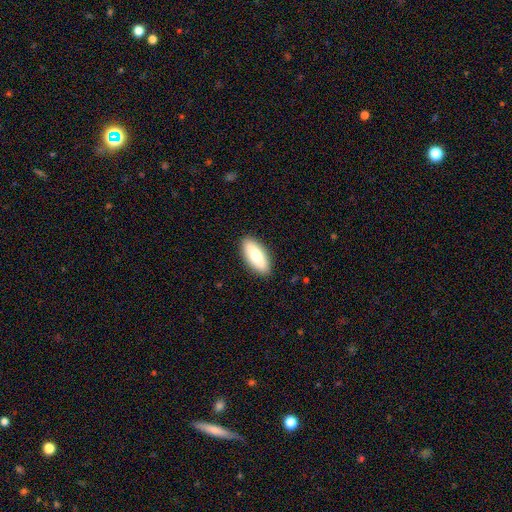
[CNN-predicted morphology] The model was most divided on "smooth or featured": smooth: 73%, featured or disk: 21%, star or artifact: 6%. More confident: merging — none (89%); how rounded — in between (83%).